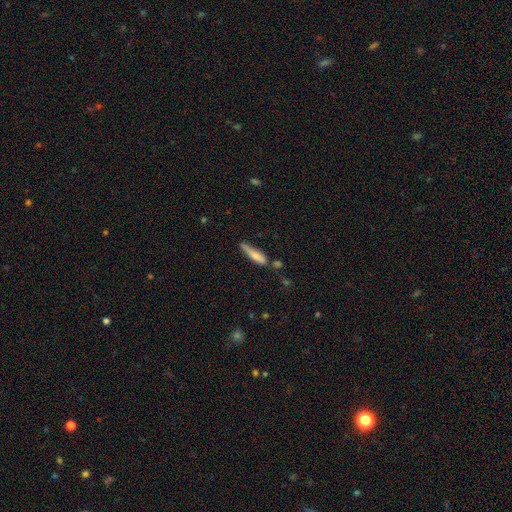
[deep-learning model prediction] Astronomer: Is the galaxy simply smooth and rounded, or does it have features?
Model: smooth — 69%.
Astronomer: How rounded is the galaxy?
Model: cigar-shaped — 80%.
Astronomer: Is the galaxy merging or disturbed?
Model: none — 51% (runner-up: minor disturbance, 28%).